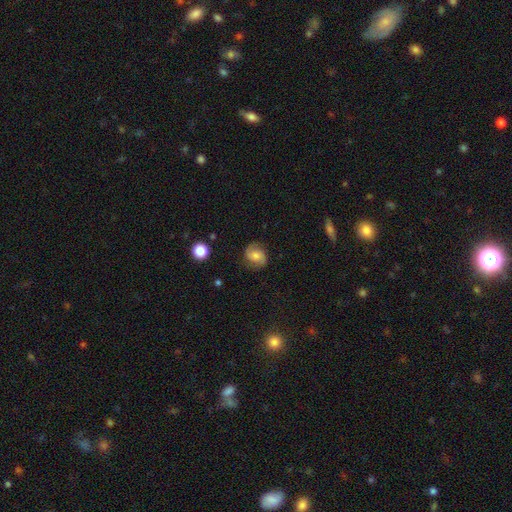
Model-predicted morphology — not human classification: Smooth or featured? Predicted: featured or disk (p=0.52). Edge-on disk? Predicted: no (p=0.97). Bar? Predicted: no (p=0.61). Spiral arms? Predicted: yes (p=0.91). Bulge size? Predicted: moderate (p=0.52). Merging? Predicted: none (p=0.78).